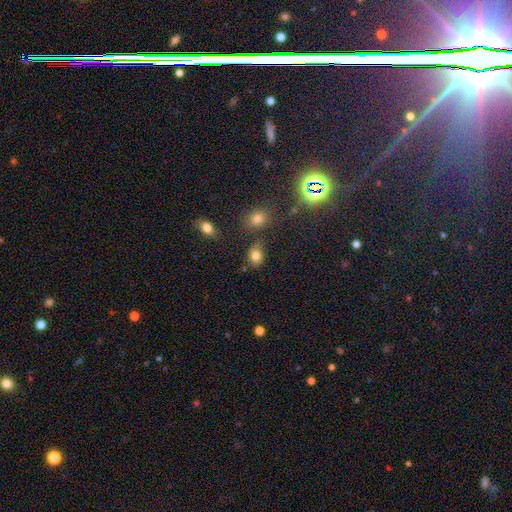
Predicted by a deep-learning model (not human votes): Morphology: type=smooth (80%); roundness=round (51%); merging=none (71%).